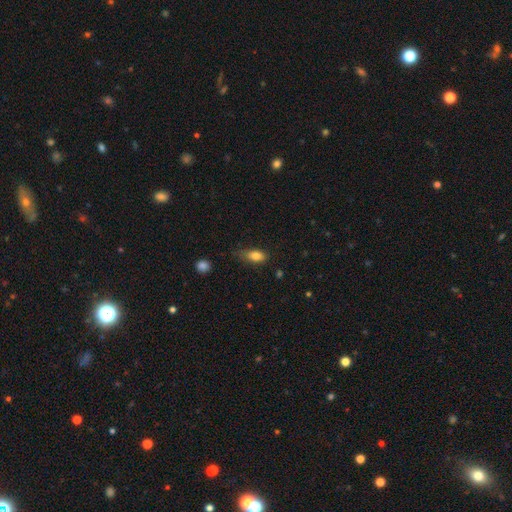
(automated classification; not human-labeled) Smooth or featured? smooth (83%)
How rounded? in between (83%)
Merging? none (55%)